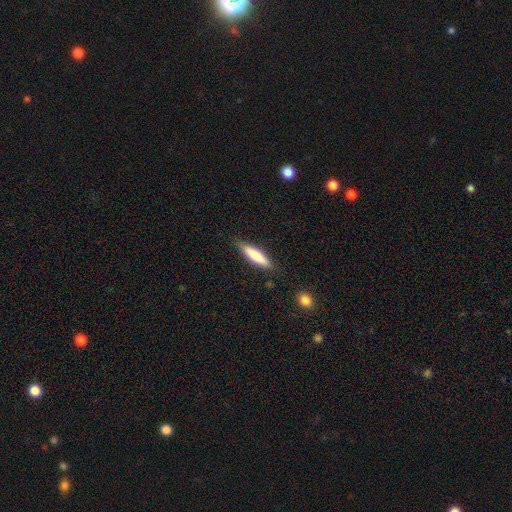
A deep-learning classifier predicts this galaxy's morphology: Smooth or featured?
  - smooth: 74% *
  - featured or disk: 20%
  - star or artifact: 6%
How rounded?
  - cigar-shaped: 75% *
  - in between: 23%
  - round: 1%
Merging?
  - none: 84% *
  - minor disturbance: 12%
  - major disturbance: 2%
  - merger: 2%